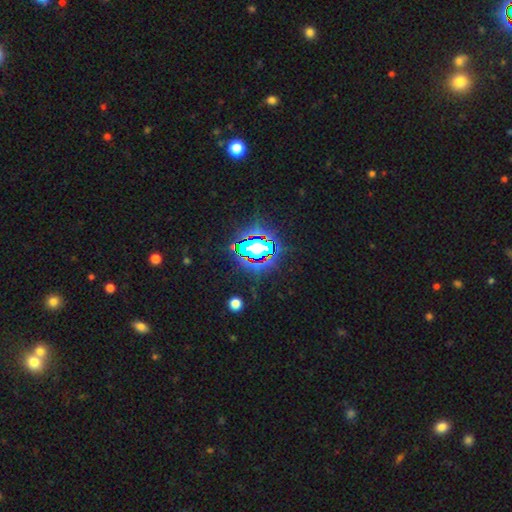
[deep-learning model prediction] A star or artifact, not a galaxy (81%).